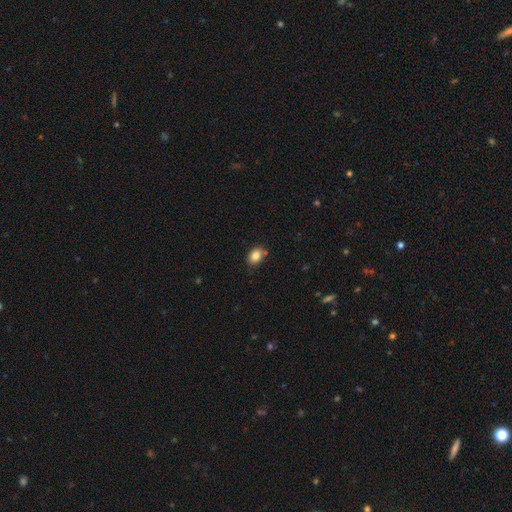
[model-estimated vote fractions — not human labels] A smooth galaxy with no disk features (85%) that is in between round and cigar-shaped (68%). Merging: none (75%).